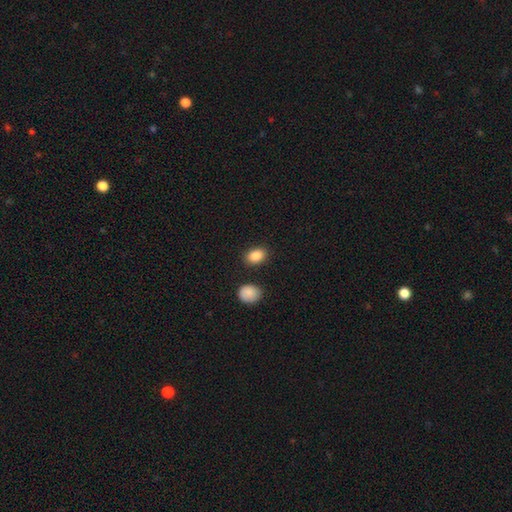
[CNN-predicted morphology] type=smooth (88%); roundness=in between (78%); merging=none (84%).